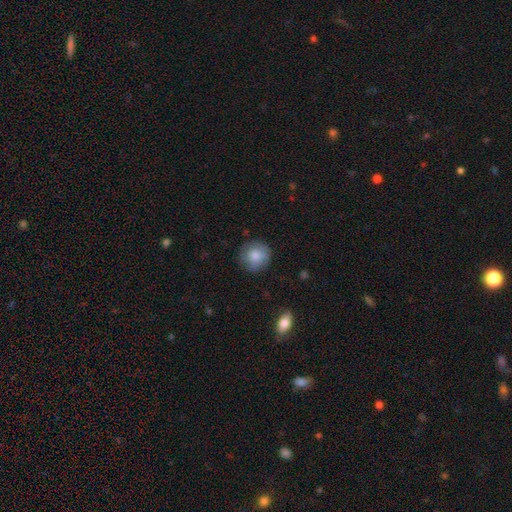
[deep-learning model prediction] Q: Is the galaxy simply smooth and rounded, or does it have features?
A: smooth — 82%.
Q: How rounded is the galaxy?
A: round — 93%.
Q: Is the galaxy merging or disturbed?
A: none — 82%.